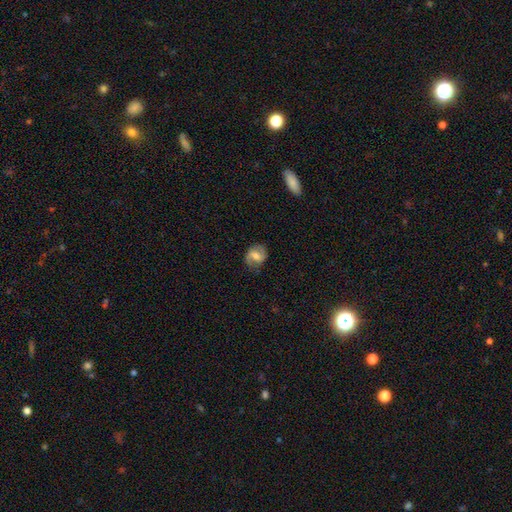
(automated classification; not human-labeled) smooth-or-featured: featured or disk: 59% | smooth: 33% | star or artifact: 8%
  disk-edge-on: no: 97% | yes: 3%
    bar: weak: 49% | no: 31% | strong: 20%
    has-spiral-arms: yes: 87% | no: 13%
      spiral-winding: medium: 45% | loose: 32% | tight: 23%
      spiral-arm-count: 2: 85% | can't tell: 7% | 1: 5% | 3: 1% | 4: 1% | more than 4: 1%
    bulge-size: moderate: 59% | small: 26% | large: 10% | none: 5% | dominant: 1%
  merging: none: 75% | minor disturbance: 18% | major disturbance: 6% | merger: 1%